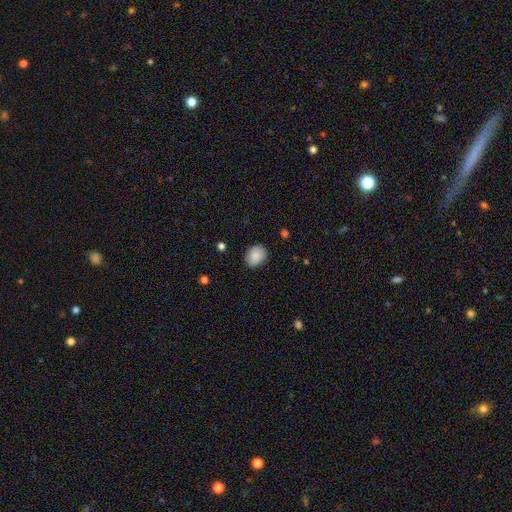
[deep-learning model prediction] Smooth or featured: smooth — 87% (star or artifact — 7%)
How rounded: in between — 62% (round — 37%)
Merging: none — 85% (minor disturbance — 11%)